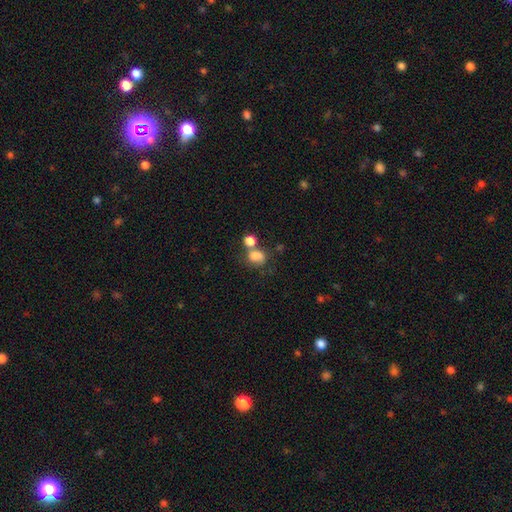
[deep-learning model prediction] Q: Smooth or featured?
A: smooth (78%); runner-up: star or artifact (13%)
Q: How rounded?
A: in between (57%); runner-up: round (42%)
Q: Merging?
A: merger (41%); runner-up: none (35%)